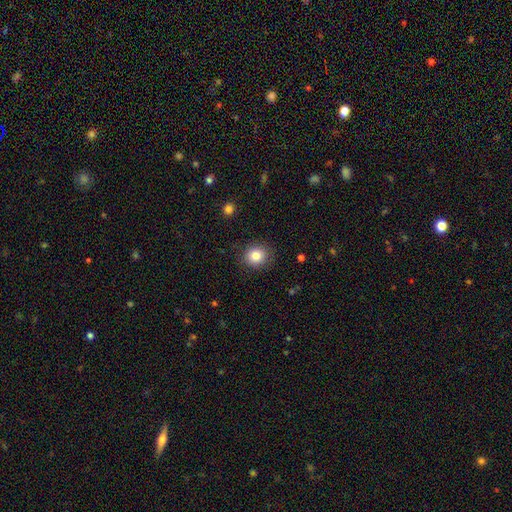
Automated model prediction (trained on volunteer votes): This appears to be a smooth galaxy with no disk features (82%) that is round (81%). Merging: none (87%).